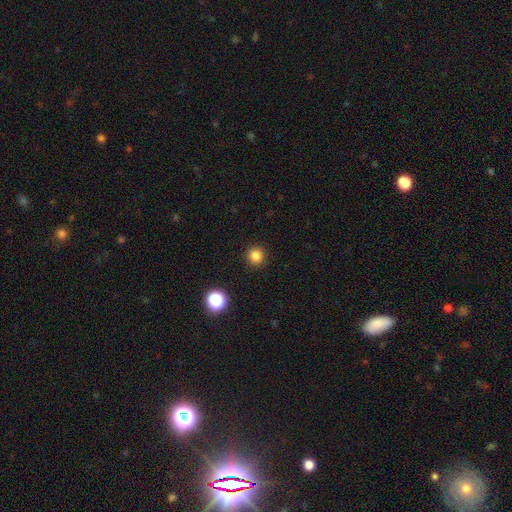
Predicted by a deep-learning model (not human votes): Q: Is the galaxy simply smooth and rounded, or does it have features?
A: smooth — 83%.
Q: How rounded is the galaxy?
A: round — 95%.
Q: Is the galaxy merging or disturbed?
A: none — 92%.